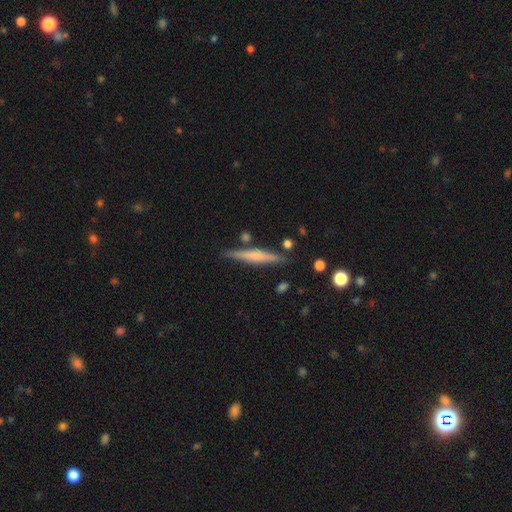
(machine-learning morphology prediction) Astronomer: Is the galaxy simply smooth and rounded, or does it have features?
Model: featured or disk — 47% (runner-up: smooth, 46%).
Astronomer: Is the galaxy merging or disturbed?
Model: none — 83%.